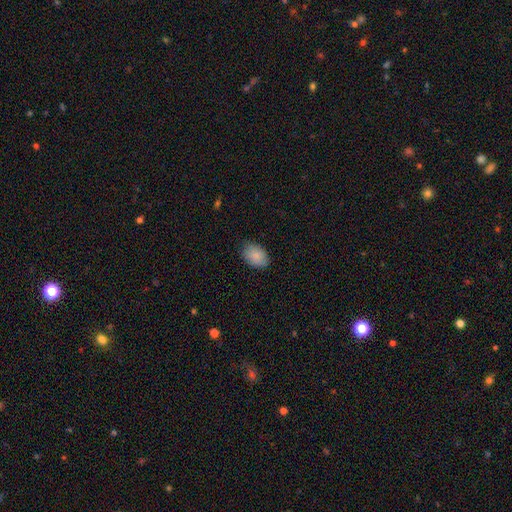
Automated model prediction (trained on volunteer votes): smooth 88%, star or artifact 7%, featured or disk 5%. Down the decision tree: how rounded — in between (82%); merging — none (83%).